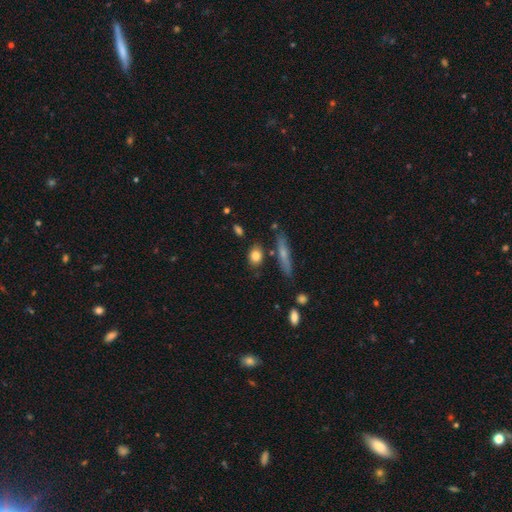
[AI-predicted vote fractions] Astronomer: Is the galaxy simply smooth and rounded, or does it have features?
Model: smooth — 82%.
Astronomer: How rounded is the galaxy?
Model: in between — 54% (runner-up: round, 36%).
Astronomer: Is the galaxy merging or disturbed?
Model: none — 78%.